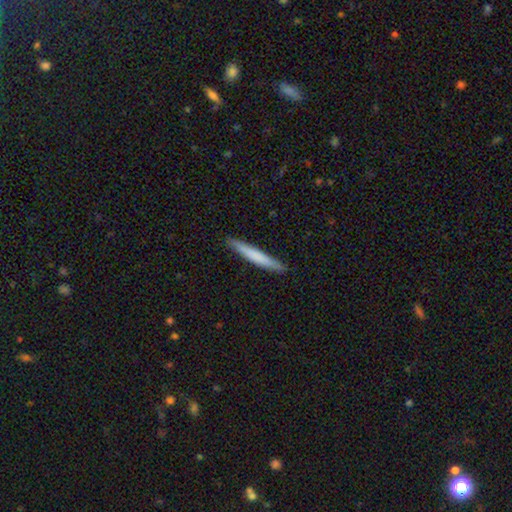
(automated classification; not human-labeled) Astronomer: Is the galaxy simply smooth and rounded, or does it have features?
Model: smooth — 68%.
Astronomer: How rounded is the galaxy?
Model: cigar-shaped — 96%.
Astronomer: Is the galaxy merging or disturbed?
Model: none — 91%.